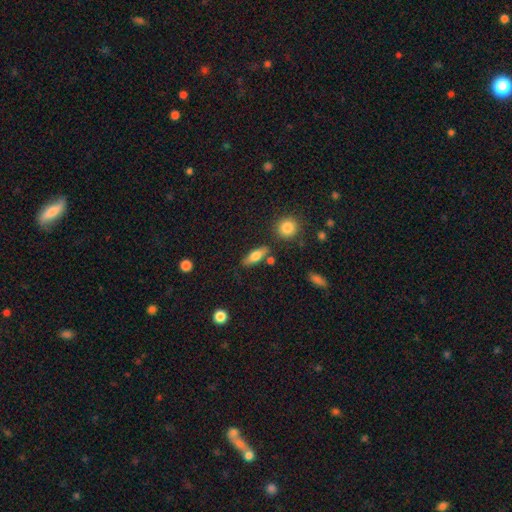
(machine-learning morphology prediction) Smooth or featured? Predicted: smooth (p=0.63). How rounded? Predicted: in between (p=0.54). Merging? Predicted: none (p=0.78).